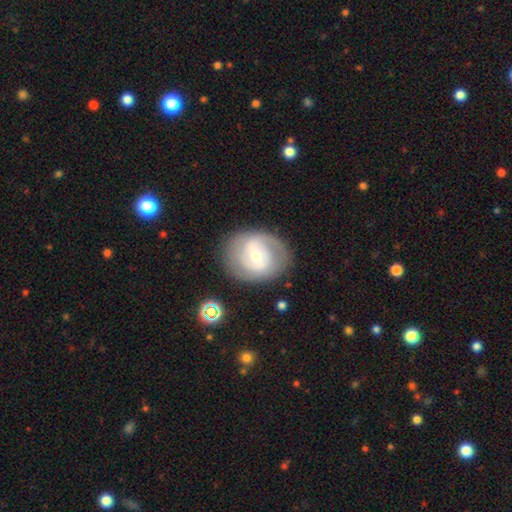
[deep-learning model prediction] smooth_or_featured: featured or disk (p=0.65) [alt: smooth p=0.28]
disk_edge_on: no (p=0.96) [alt: yes p=0.04]
bar: weak (p=0.47) [alt: no p=0.30]
has_spiral_arms: yes (p=0.71) [alt: no p=0.29]
bulge_size: moderate (p=0.47) [tied with: small p=0.47]
merging: none (p=0.79) [alt: minor disturbance p=0.14]